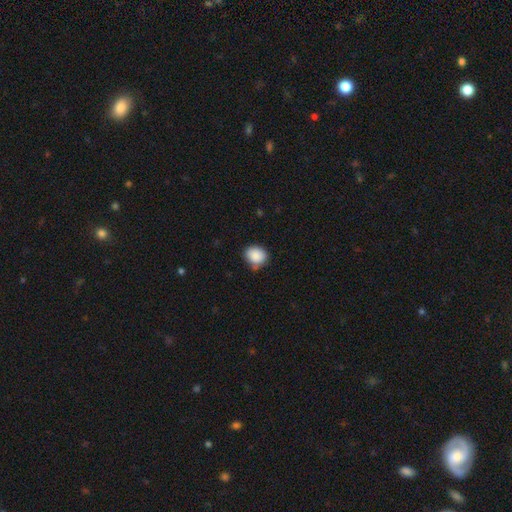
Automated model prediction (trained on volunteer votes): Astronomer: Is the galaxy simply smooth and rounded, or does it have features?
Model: smooth — 88%.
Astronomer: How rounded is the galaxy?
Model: round — 63%.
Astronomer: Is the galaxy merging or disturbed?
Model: none — 73%.